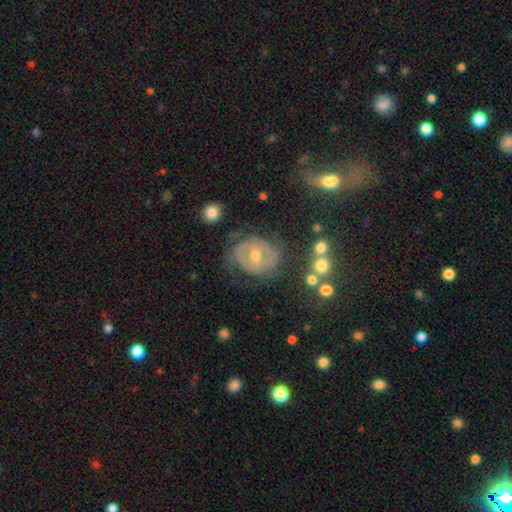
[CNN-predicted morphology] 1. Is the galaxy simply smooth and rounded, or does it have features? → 68% featured or disk, 23% smooth, 9% star or artifact.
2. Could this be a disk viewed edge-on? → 96% no, 4% yes.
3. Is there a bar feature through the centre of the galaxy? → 50% no, 36% weak, 14% strong.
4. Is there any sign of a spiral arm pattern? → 65% yes, 35% no.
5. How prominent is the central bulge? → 60% moderate, 36% small, 2% large, 1% none, 1% dominant.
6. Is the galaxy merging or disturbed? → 62% none, 23% minor disturbance, 13% major disturbance, 3% merger.